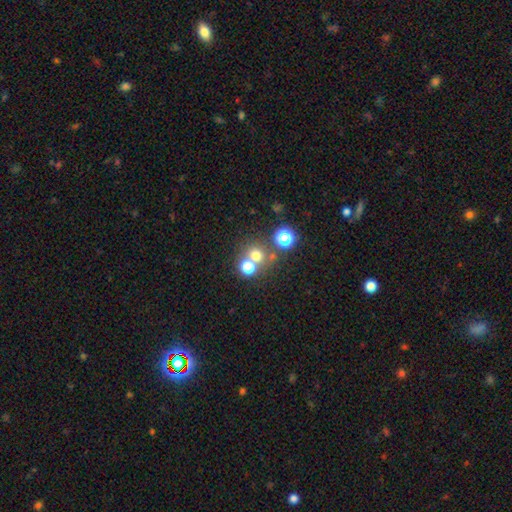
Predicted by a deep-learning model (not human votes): Morphology: type=smooth (65%); roundness=round (88%); merging=none (61%).